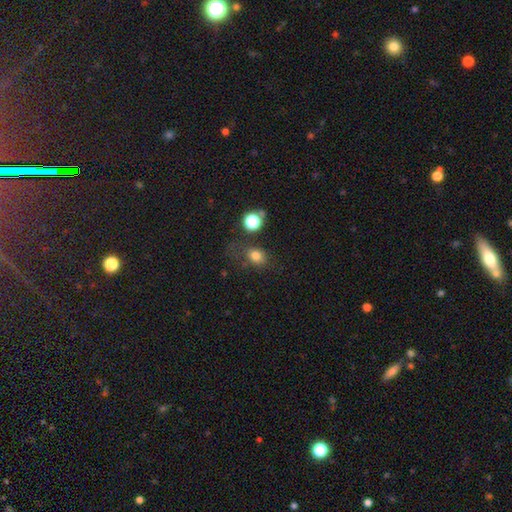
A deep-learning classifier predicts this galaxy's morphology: type=smooth (78%); roundness=in between (51%); merging=none (58%).